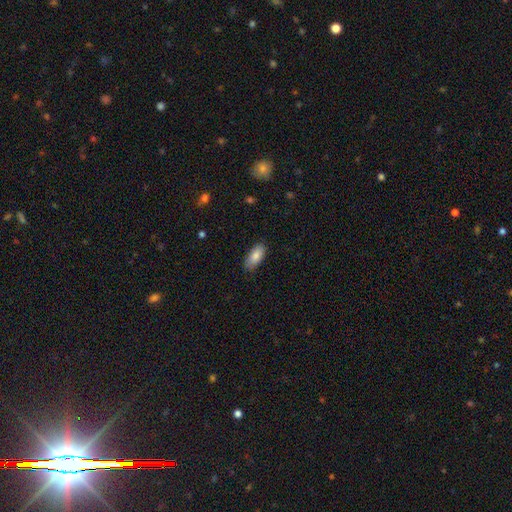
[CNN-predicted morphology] smooth 85%, featured or disk 9%, star or artifact 6%. Down the decision tree: how rounded — in between (89%); merging — none (81%).